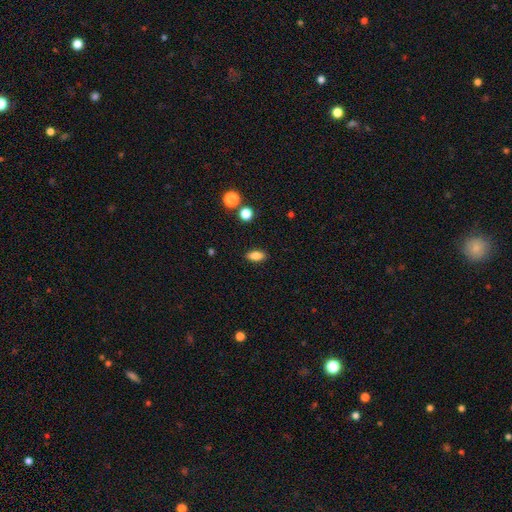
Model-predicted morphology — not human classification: Smooth or featured? Predicted: smooth (p=0.82). How rounded? Predicted: in between (p=0.85). Merging? Predicted: none (p=0.89).